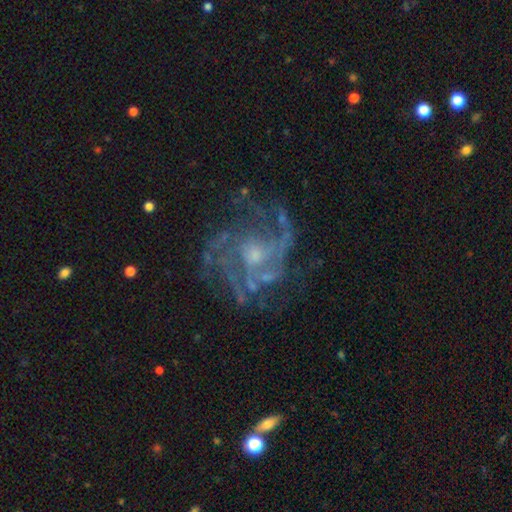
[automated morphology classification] smooth-or-featured: featured or disk: 86% | star or artifact: 9% | smooth: 5%
  disk-edge-on: no: 98% | yes: 2%
    bar: no: 70% | weak: 26% | strong: 4%
    has-spiral-arms: yes: 92% | no: 8%
      spiral-winding: medium: 46% | tight: 34% | loose: 20%
      spiral-arm-count: can't tell: 25% (tied) | 3: 25% (tied) | 4: 20% | 2: 14% | more than 4: 9% | 1: 7%
    bulge-size: small: 53% | moderate: 38% | none: 6% | large: 2% | dominant: 1%
  merging: none: 63% | major disturbance: 18% | minor disturbance: 17% | merger: 2%